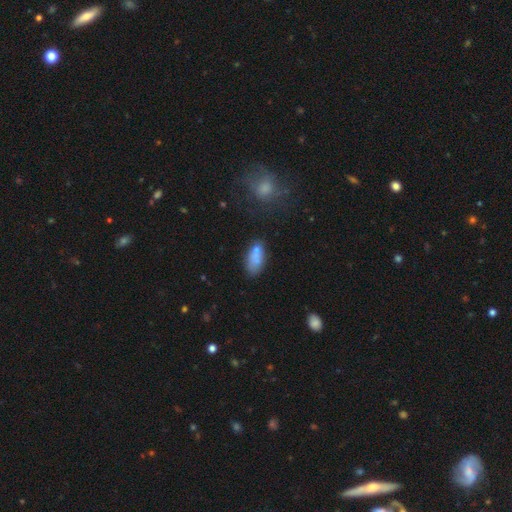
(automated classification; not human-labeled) This is likely a smooth galaxy (73%). How rounded: clearly in between (87%). Merging: possibly none (52%).